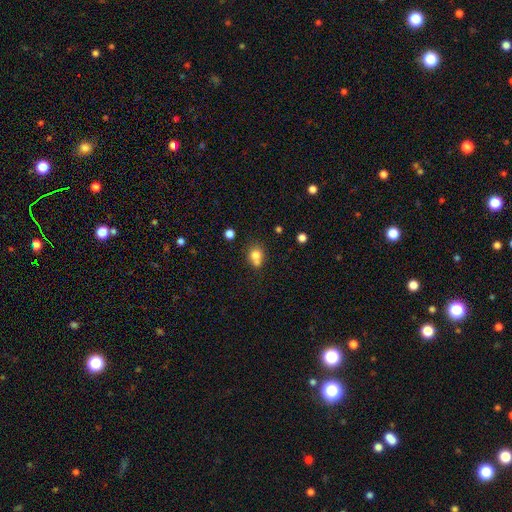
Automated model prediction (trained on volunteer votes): smooth 76%, featured or disk 12%, star or artifact 12%. Down the decision tree: how rounded — round (64%); merging — none (44%).